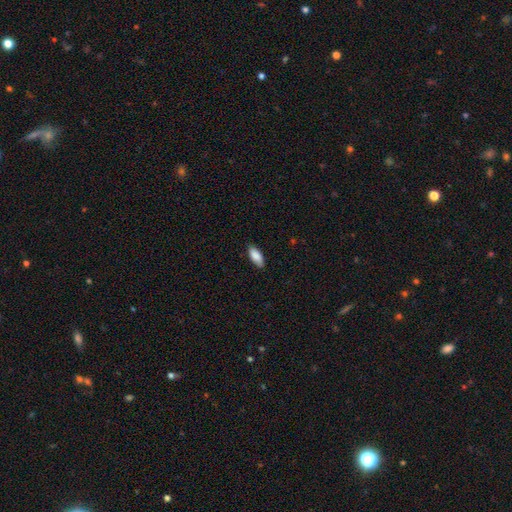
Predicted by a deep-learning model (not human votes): A smooth galaxy with no disk features (87%) that is in between round and cigar-shaped (83%). Merging: none (86%).